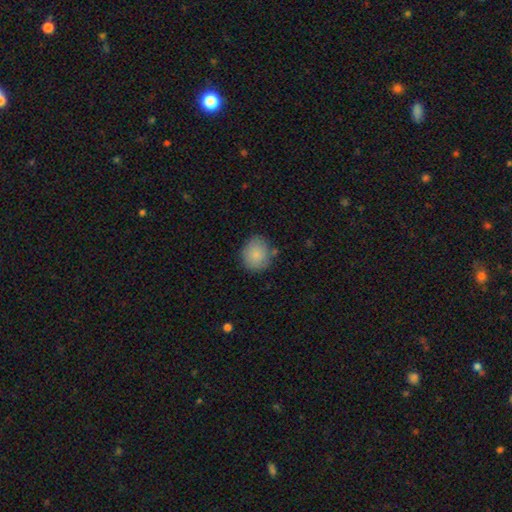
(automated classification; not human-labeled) Smooth or featured? Predicted: smooth (p=0.86). How rounded? Predicted: round (p=0.77). Merging? Predicted: none (p=0.76).